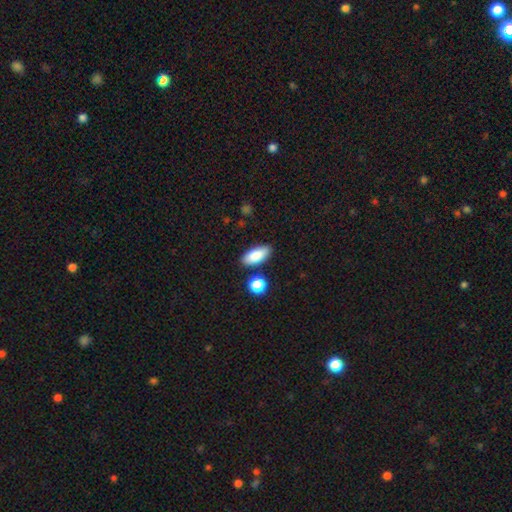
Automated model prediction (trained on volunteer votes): smooth-or-featured: smooth: 85% | featured or disk: 8% | star or artifact: 7%
  how-rounded: in between: 86% | cigar-shaped: 10% | round: 3%
  merging: none: 82% | minor disturbance: 10% | merger: 5% | major disturbance: 2%